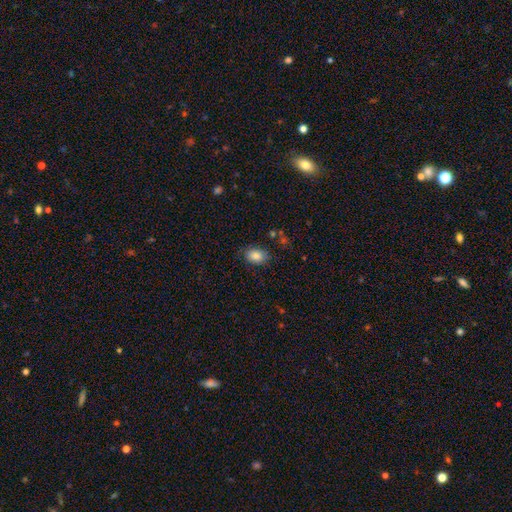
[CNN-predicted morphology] type=smooth (86%); roundness=in between (81%); merging=none (83%).